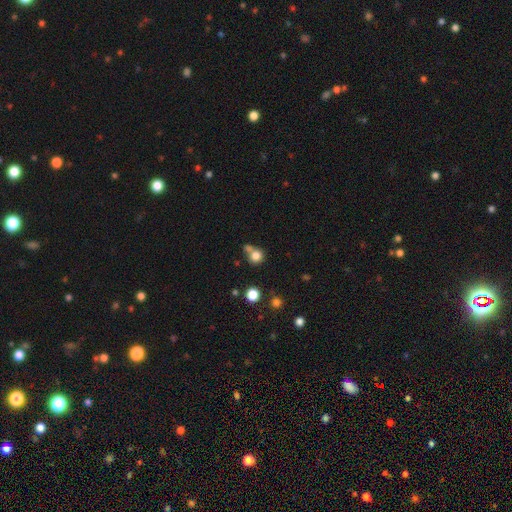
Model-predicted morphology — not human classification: This appears to be a smooth galaxy with no disk features (80%) that is round (88%). Merging: none (54%).